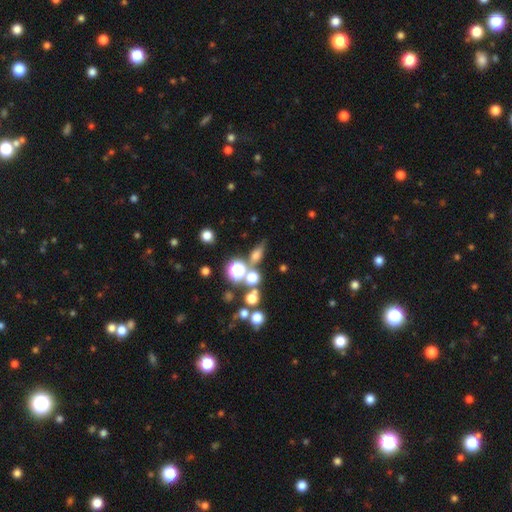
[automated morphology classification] Overall: smooth (59%; star or artifact 24%). How rounded: in between (50%; round 37%). Merging: none (63%).